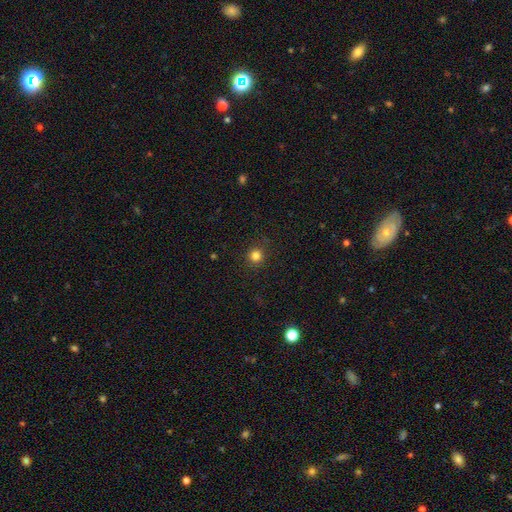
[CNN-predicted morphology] A smooth galaxy with no disk features (82%) that is round (94%). Merging: none (90%).